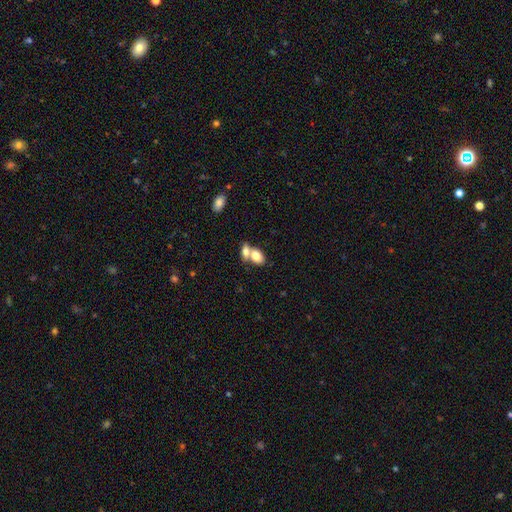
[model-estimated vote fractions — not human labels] This is likely a smooth galaxy (77%). How rounded: clearly in between (84%). Merging: likely merger (63%).